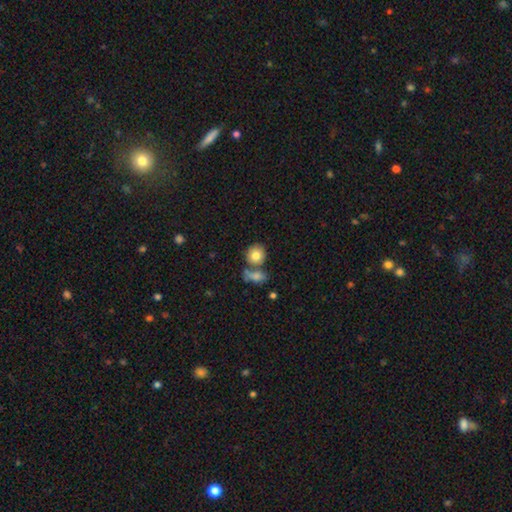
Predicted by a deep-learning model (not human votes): Morphology: type=smooth (80%); roundness=round (77%); merging=none (56%).